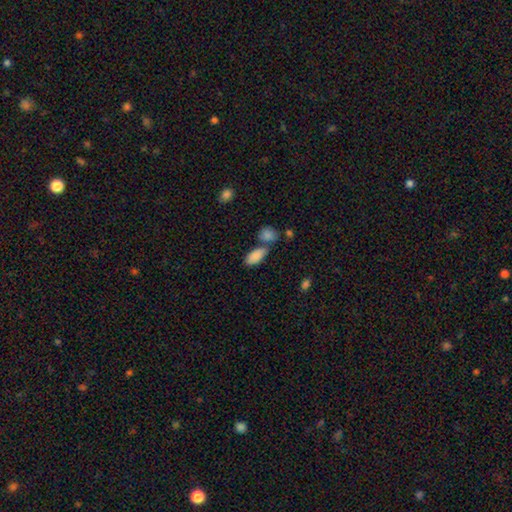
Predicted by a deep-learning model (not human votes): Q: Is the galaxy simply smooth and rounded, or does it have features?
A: smooth — 87%.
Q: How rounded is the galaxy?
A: in between — 91%.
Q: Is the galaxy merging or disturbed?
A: none — 55%.